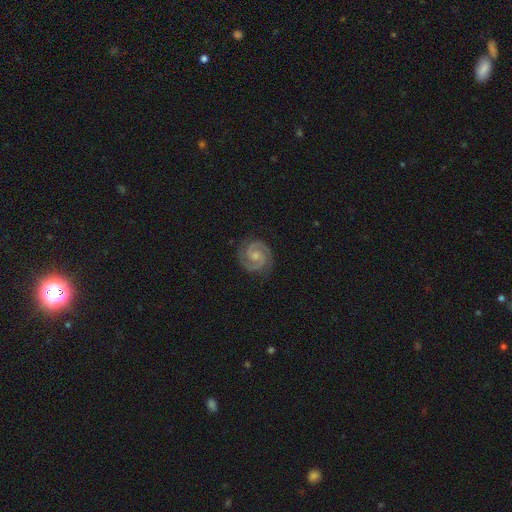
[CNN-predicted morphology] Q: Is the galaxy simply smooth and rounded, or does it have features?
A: featured or disk — 92%.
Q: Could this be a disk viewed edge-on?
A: no — 98%.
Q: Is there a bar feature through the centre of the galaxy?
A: no — 59%.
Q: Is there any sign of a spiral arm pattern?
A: yes — 99%.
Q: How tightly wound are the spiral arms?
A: tight — 62%.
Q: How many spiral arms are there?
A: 2 — 93%.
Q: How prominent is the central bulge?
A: small — 49%.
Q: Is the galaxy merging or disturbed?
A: none — 86%.